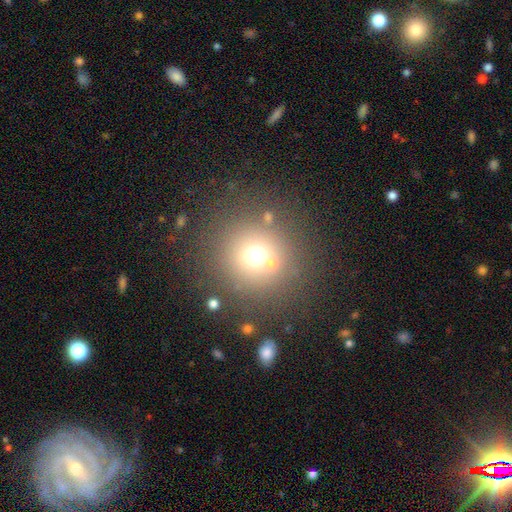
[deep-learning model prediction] Q: Smooth or featured?
A: smooth (65%); runner-up: star or artifact (22%)
Q: How rounded?
A: round (92%); runner-up: in between (7%)
Q: Merging?
A: none (72%); runner-up: merger (14%)